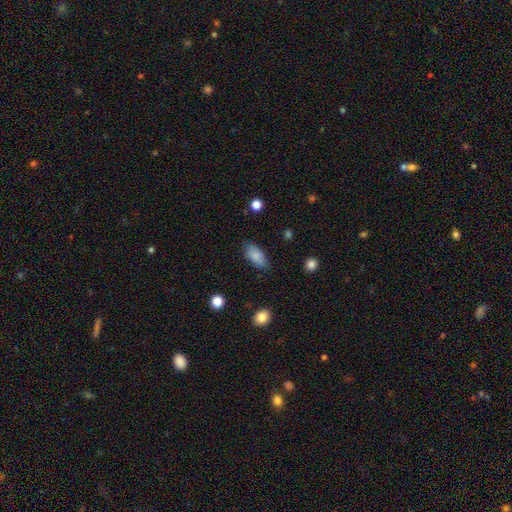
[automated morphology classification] Smooth or featured? smooth (84%)
How rounded? in between (89%)
Merging? none (77%)